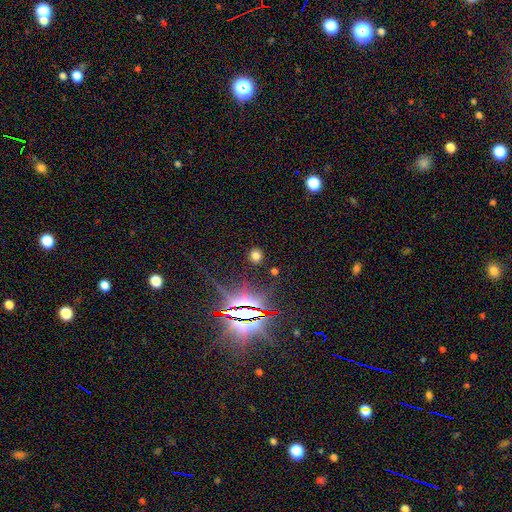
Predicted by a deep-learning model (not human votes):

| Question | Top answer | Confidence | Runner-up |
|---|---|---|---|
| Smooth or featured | smooth | 64% | star or artifact (29%) |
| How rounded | round | 80% | in between (19%) |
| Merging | none | 87% | minor disturbance (7%) |